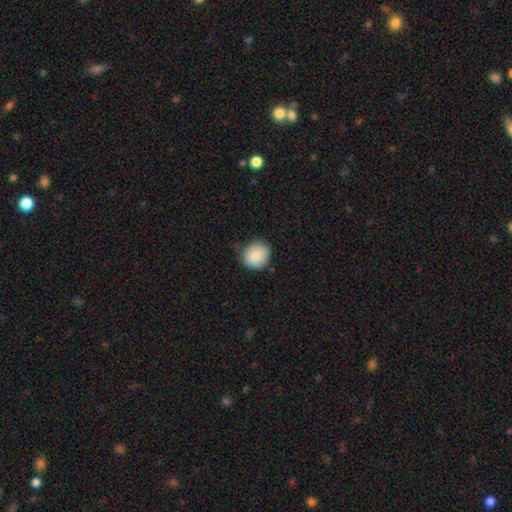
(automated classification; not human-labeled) Smooth or featured? smooth (86%)
How rounded? round (81%)
Merging? none (79%)